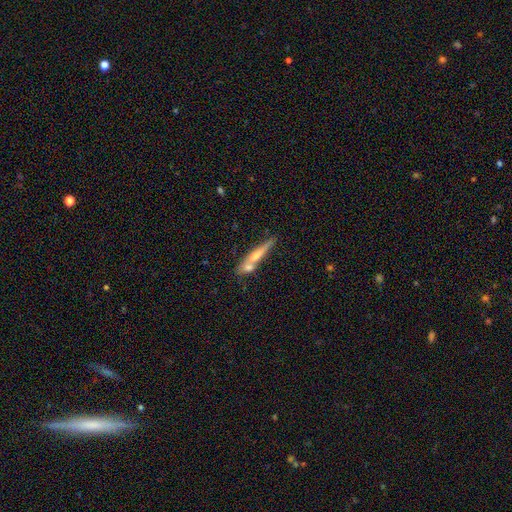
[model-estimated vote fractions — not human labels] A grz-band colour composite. It shows a featured or disk galaxy (49%). Merging: none (56%).